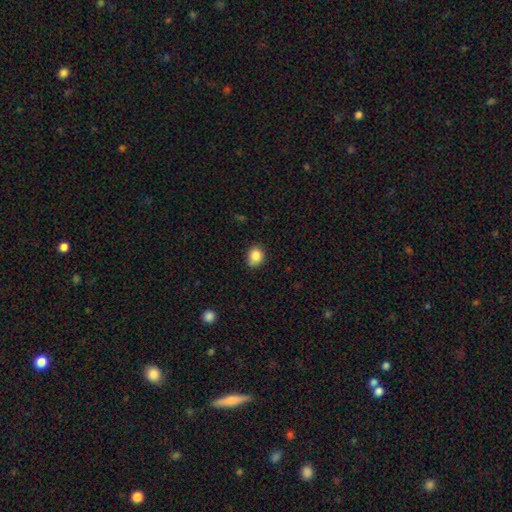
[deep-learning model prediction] Smooth or featured?
  - smooth: 84% *
  - star or artifact: 10%
  - featured or disk: 6%
How rounded?
  - round: 60% *
  - in between: 39%
  - cigar-shaped: 1%
Merging?
  - none: 74% *
  - minor disturbance: 21%
  - major disturbance: 3%
  - merger: 2%